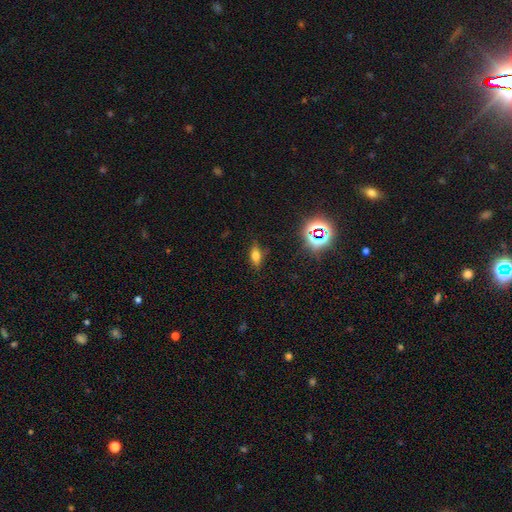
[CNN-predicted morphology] smooth 66%, star or artifact 19%, featured or disk 15%. Down the decision tree: how rounded — in between (74%); merging — none (81%).